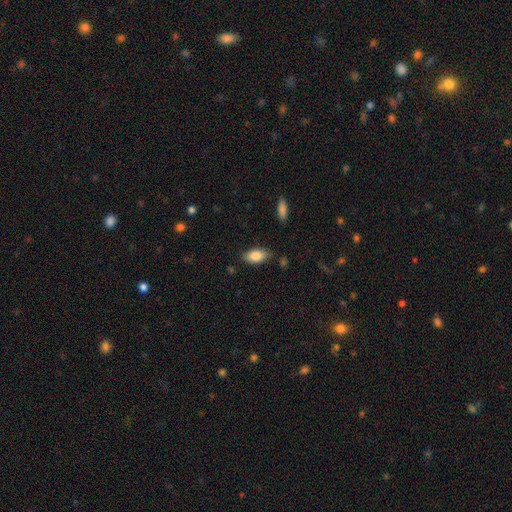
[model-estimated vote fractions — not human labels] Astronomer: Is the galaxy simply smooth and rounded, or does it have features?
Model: smooth — 85%.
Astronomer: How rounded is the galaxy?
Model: in between — 91%.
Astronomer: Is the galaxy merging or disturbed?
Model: none — 81%.